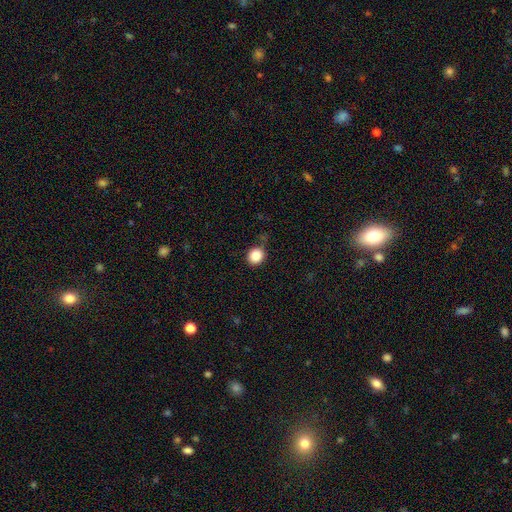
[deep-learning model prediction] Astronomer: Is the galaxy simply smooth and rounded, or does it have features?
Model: smooth — 86%.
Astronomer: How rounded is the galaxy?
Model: round — 83%.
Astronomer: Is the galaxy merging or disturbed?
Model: none — 78%.